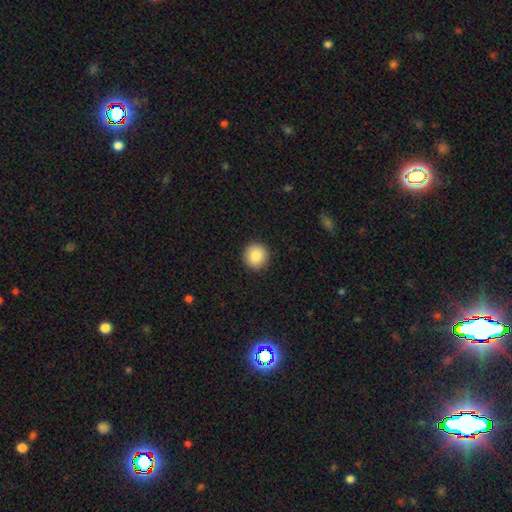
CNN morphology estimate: smooth 86%, star or artifact 8%, featured or disk 5%. Down the decision tree: how rounded — round (93%); merging — none (93%).